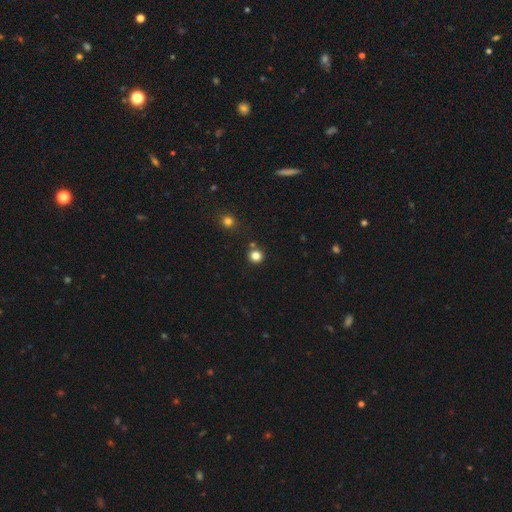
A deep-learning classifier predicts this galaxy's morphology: Smooth or featured?
  - smooth: 82% *
  - star or artifact: 14%
  - featured or disk: 4%
How rounded?
  - round: 94% *
  - in between: 6%
  - cigar-shaped: 1%
Merging?
  - none: 85% *
  - merger: 7%
  - minor disturbance: 6%
  - major disturbance: 2%